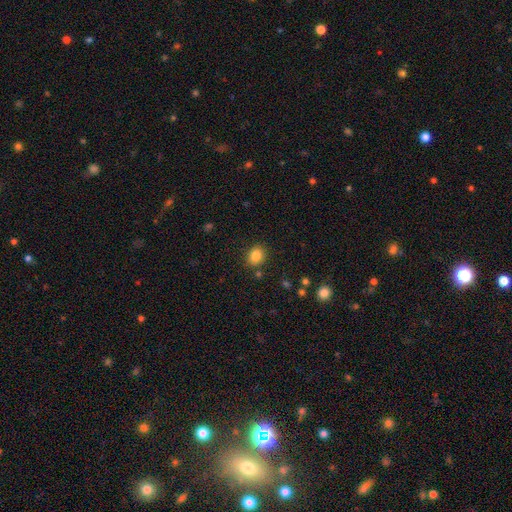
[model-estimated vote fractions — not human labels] A smooth galaxy with no disk features (84%) that is round (56%).

Vote fractions:
- Smooth or featured? smooth: 84% / star or artifact: 10% / featured or disk: 6%
- How rounded? round: 56% / in between: 44% / cigar-shaped: 1%
- Merging? none: 84% / minor disturbance: 9% / merger: 3% / major disturbance: 3%